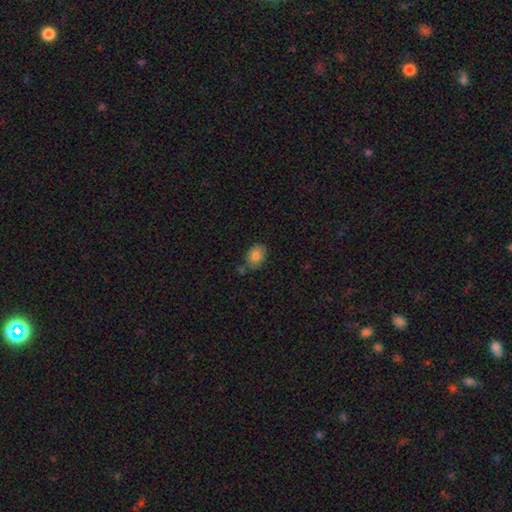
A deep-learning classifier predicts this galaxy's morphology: Smooth or featured? smooth (82%)
How rounded? in between (71%)
Merging? none (70%)